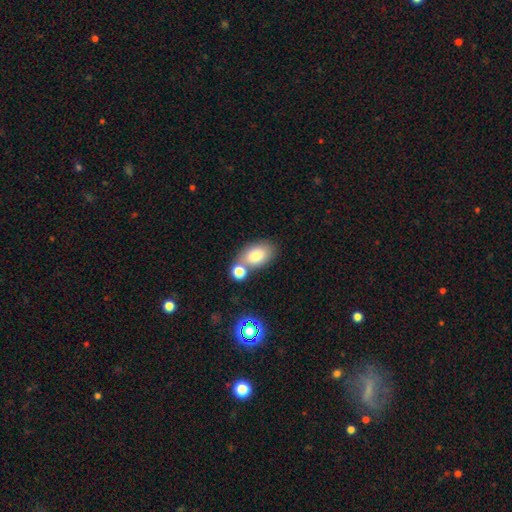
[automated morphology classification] This appears to be a smooth galaxy with no disk features (81%) that is in between round and cigar-shaped (89%). Merging: none (56%).